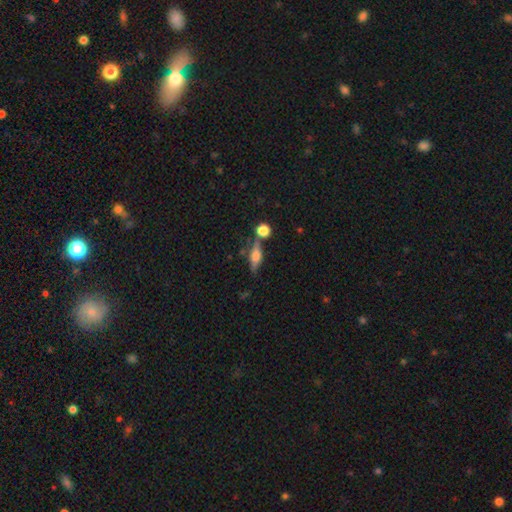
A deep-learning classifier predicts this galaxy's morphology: Smooth or featured?
  - featured or disk: 49% *
  - smooth: 42%
  - star or artifact: 9%
Merging?
  - none: 68% *
  - minor disturbance: 15%
  - merger: 12%
  - major disturbance: 5%